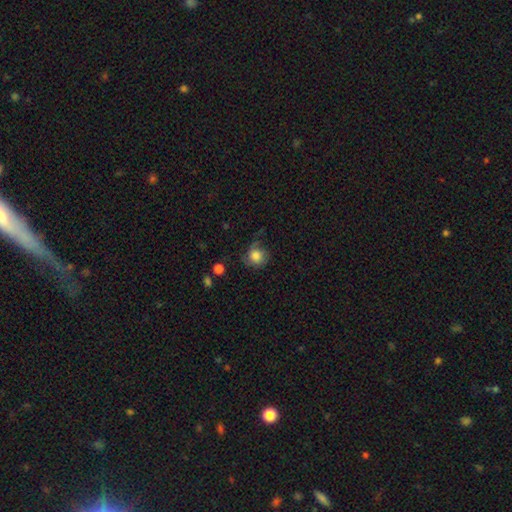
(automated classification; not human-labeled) Smooth or featured? smooth (71%)
How rounded? round (81%)
Merging? none (52%)